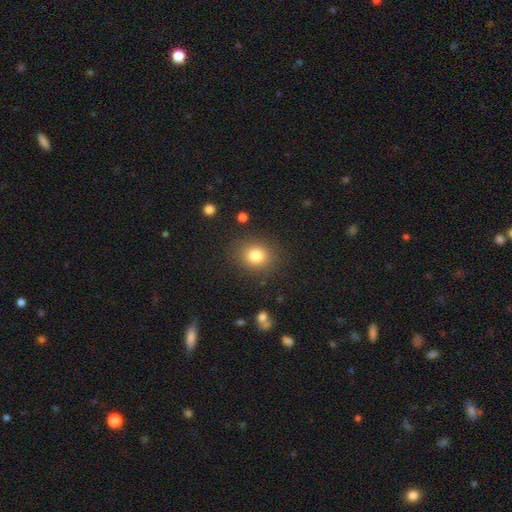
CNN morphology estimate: smooth_or_featured: smooth (p=0.81) [alt: star or artifact p=0.12]
how_rounded: round (p=0.73) [alt: in between p=0.27]
merging: none (p=0.86) [alt: minor disturbance p=0.09]